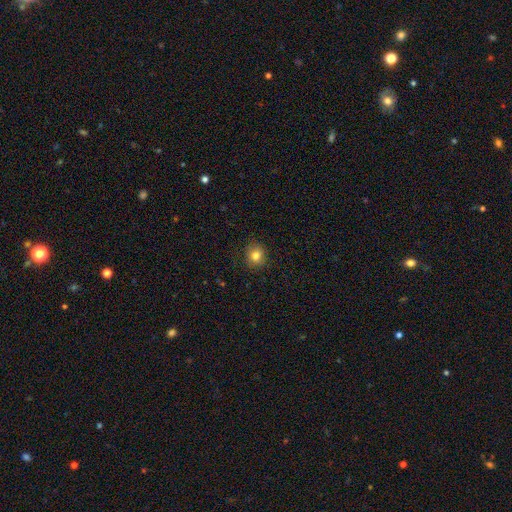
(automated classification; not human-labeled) Morphology: type=smooth (82%); roundness=round (79%); merging=none (86%).